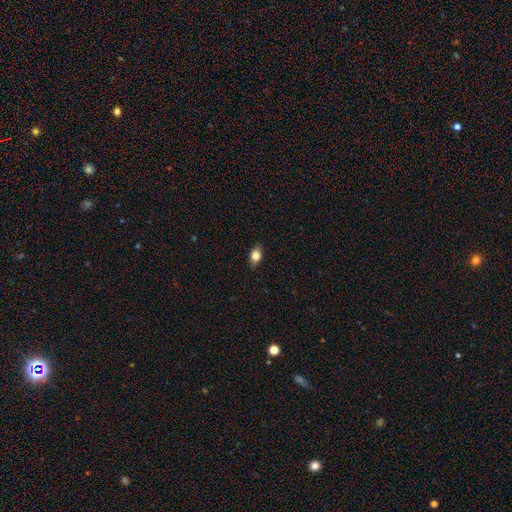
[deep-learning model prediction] A smooth galaxy with no disk features (79%) that is in between round and cigar-shaped (77%).

Vote fractions:
- Smooth or featured? smooth: 79% / featured or disk: 13% / star or artifact: 9%
- How rounded? in between: 77% / round: 19% / cigar-shaped: 4%
- Merging? none: 86% / minor disturbance: 11% / major disturbance: 2% / merger: 1%